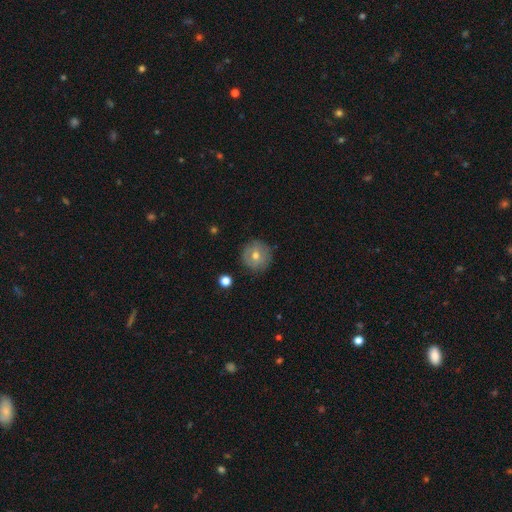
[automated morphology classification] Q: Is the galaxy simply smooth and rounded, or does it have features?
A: smooth — 59%.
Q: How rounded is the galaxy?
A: round — 95%.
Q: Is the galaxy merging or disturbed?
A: none — 87%.